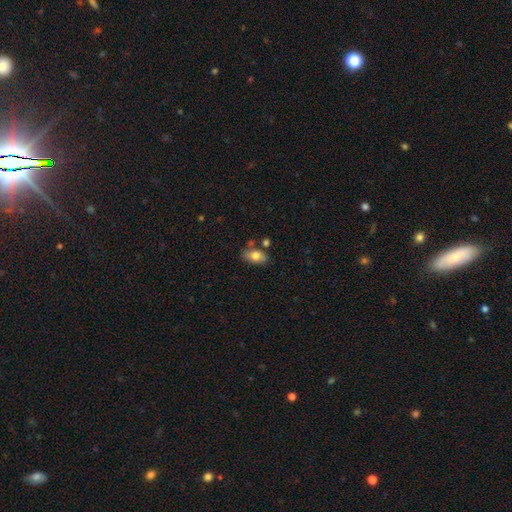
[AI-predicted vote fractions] Smooth or featured: smooth — 77% (featured or disk — 15%)
How rounded: in between — 89% (round — 8%)
Merging: none — 67% (minor disturbance — 18%)